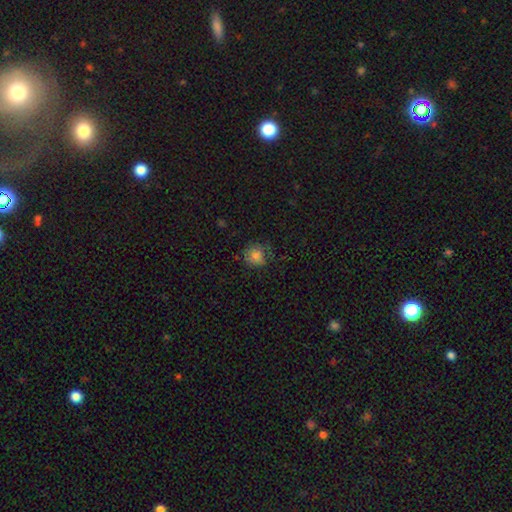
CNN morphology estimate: A smooth galaxy with no disk features (79%) that is round (85%).

Vote fractions:
- Smooth or featured? smooth: 79% / star or artifact: 11% / featured or disk: 10%
- How rounded? round: 85% / in between: 14% / cigar-shaped: 1%
- Merging? none: 66% / minor disturbance: 24% / major disturbance: 9% / merger: 2%